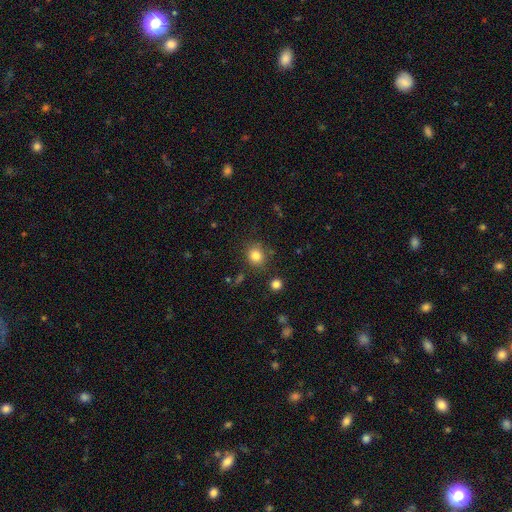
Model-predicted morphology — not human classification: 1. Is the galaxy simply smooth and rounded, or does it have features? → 83% smooth, 12% star or artifact, 6% featured or disk.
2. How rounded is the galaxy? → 77% round, 22% in between, 1% cigar-shaped.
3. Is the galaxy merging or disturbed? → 82% none, 10% minor disturbance, 4% merger, 4% major disturbance.